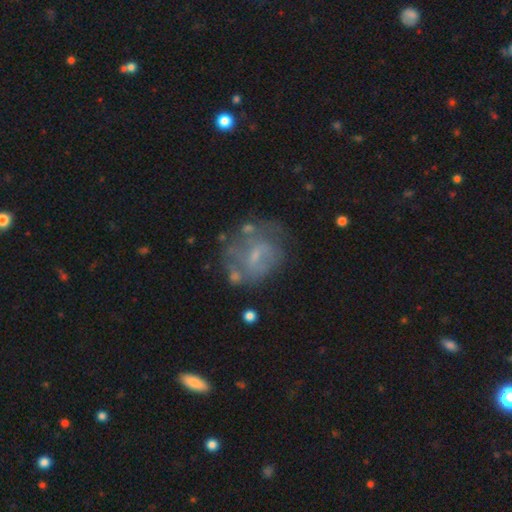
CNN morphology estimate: Smooth or featured? featured or disk (60%)
Edge-on disk? no (97%)
Bar? no (47%)
Spiral arms? no (54%)
Bulge size? small (59%)
Merging? none (51%)